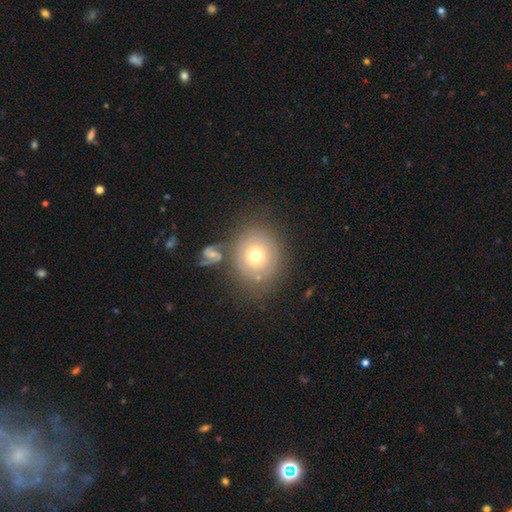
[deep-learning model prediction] Overall: smooth (56%; featured or disk 34%). How rounded: round (80%). Merging: none (64%).